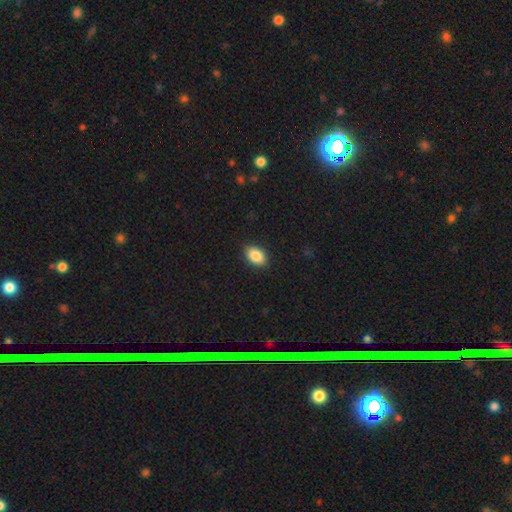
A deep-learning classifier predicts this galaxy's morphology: Q: Smooth or featured?
A: smooth (87%); runner-up: star or artifact (7%)
Q: How rounded?
A: in between (89%); runner-up: round (10%)
Q: Merging?
A: none (89%); runner-up: minor disturbance (8%)